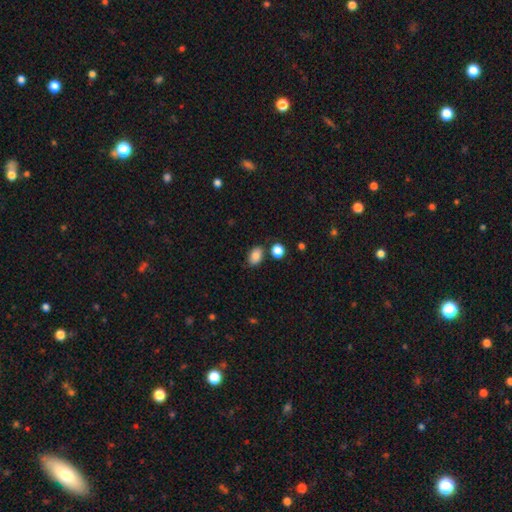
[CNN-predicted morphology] smooth-or-featured: smooth: 84% | star or artifact: 9% | featured or disk: 6%
  how-rounded: in between: 79% | round: 20% | cigar-shaped: 1%
  merging: none: 77% | minor disturbance: 13% | merger: 7% | major disturbance: 3%